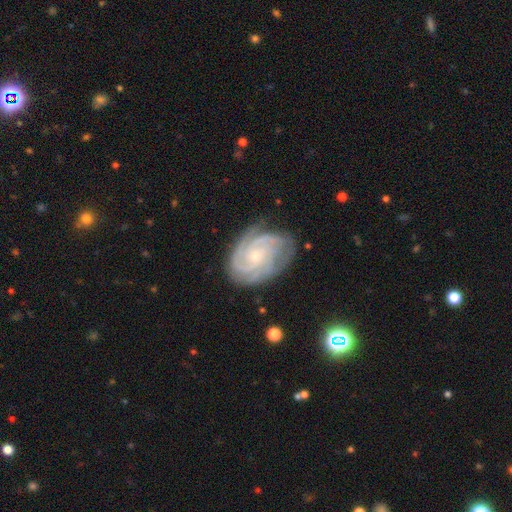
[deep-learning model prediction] A featured or disk galaxy (89%) with no bar (73%), 3 (35%) tight (70%) spiral arms (98%) and a small central bulge (77%).

Vote fractions:
- Smooth or featured? featured or disk: 89% / smooth: 6% / star or artifact: 5%
- Edge-on disk? no: 98% / yes: 2%
- Bar? no: 73% / weak: 22% / strong: 4%
- Spiral arms? yes: 98% / no: 2%
- Spiral winding? tight: 70% / medium: 26% / loose: 4%
- Spiral arm count? 3: 35% / 4: 25% / can't tell: 15% / 2: 13% / more than 4: 6% / 1: 6%
- Bulge size? small: 77% / moderate: 20% / none: 1% / large: 1% / dominant: 1%
- Merging? none: 74% / minor disturbance: 19% / major disturbance: 6% / merger: 1%